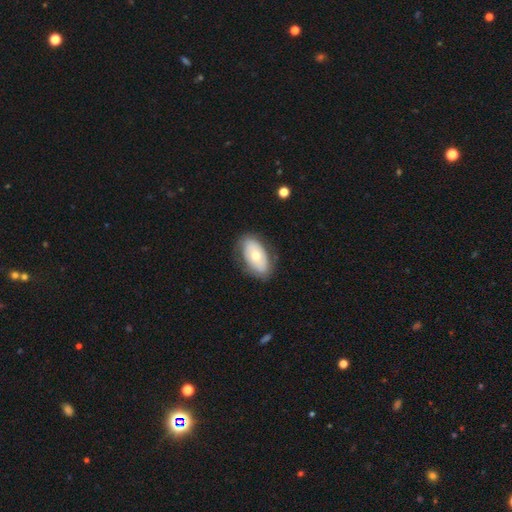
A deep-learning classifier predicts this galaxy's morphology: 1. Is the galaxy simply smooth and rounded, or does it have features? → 59% smooth, 35% featured or disk, 6% star or artifact.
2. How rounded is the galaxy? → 93% in between, 5% round, 2% cigar-shaped.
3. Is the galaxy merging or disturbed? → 76% none, 18% minor disturbance, 5% major disturbance, 1% merger.